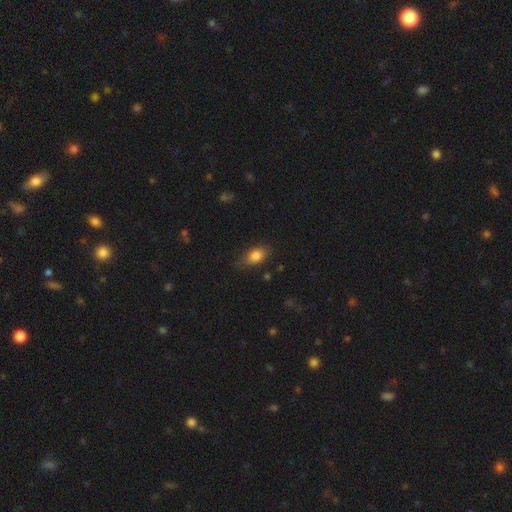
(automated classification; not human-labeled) Smooth or featured? Predicted: smooth (p=0.83). How rounded? Predicted: in between (p=0.84). Merging? Predicted: none (p=0.75).